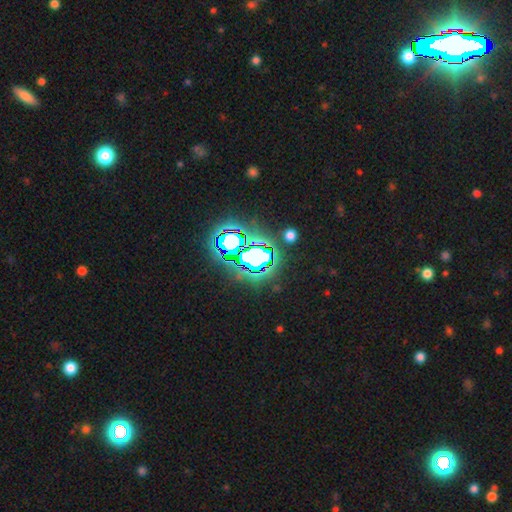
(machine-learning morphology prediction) Smooth or featured? star or artifact (72%)